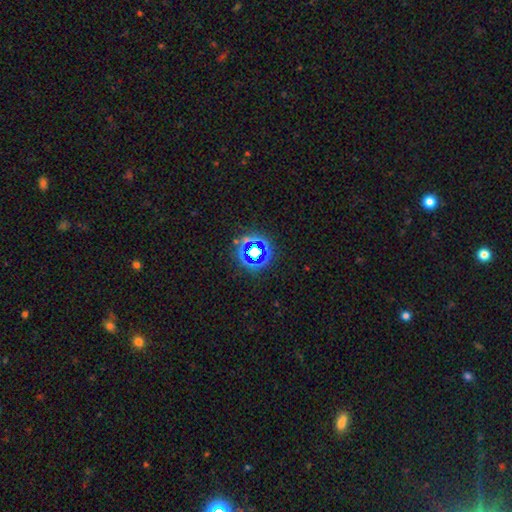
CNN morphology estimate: A star or artifact, not a galaxy (62%).

Vote fractions:
- Smooth or featured? star or artifact: 62% / smooth: 26% / featured or disk: 12%